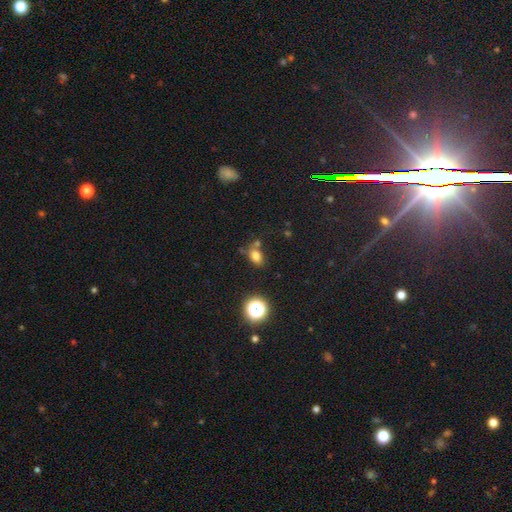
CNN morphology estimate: smooth 76%, star or artifact 17%, featured or disk 8%. Down the decision tree: how rounded — in between (71%); merging — none (65%).